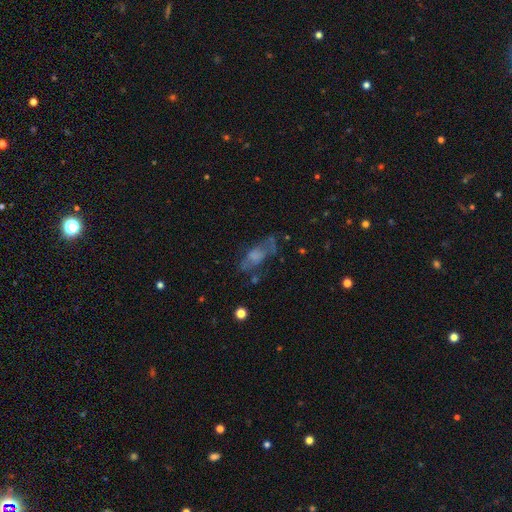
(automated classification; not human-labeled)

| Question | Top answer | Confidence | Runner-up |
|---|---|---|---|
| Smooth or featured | featured or disk | 47% | smooth (39%) |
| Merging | none | 52% | major disturbance (22%) |